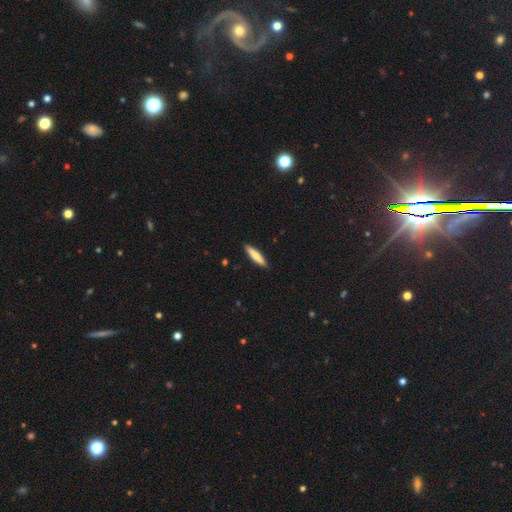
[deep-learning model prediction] This appears to be a smooth galaxy with no disk features (74%) that is cigar-shaped (86%). Merging: none (90%).